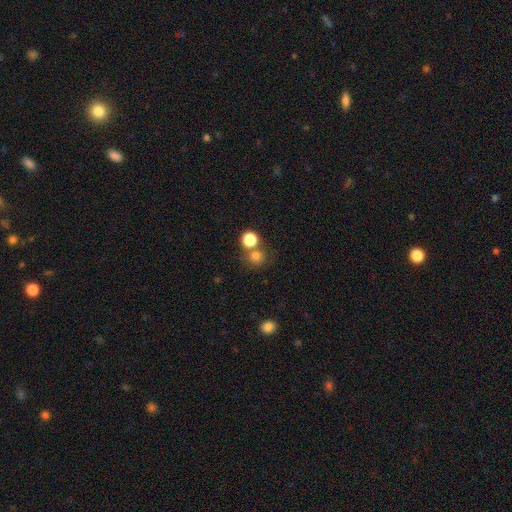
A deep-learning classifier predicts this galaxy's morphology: Smooth or featured? Predicted: smooth (p=0.78). How rounded? Predicted: round (p=0.90). Merging? Predicted: none (p=0.64).